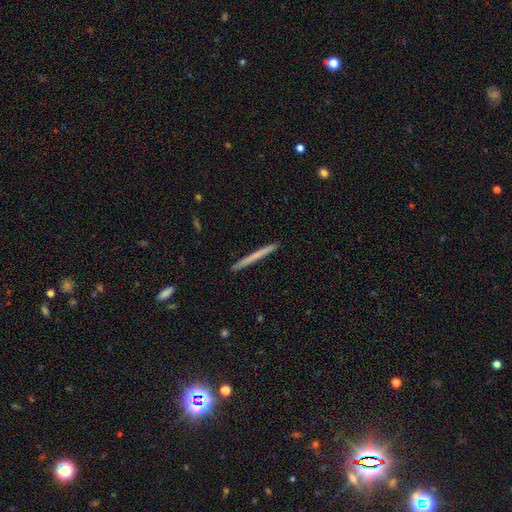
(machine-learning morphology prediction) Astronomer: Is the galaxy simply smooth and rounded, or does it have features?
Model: smooth — 57% (runner-up: featured or disk, 37%).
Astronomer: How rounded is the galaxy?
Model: cigar-shaped — 97%.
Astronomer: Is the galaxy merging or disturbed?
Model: none — 93%.